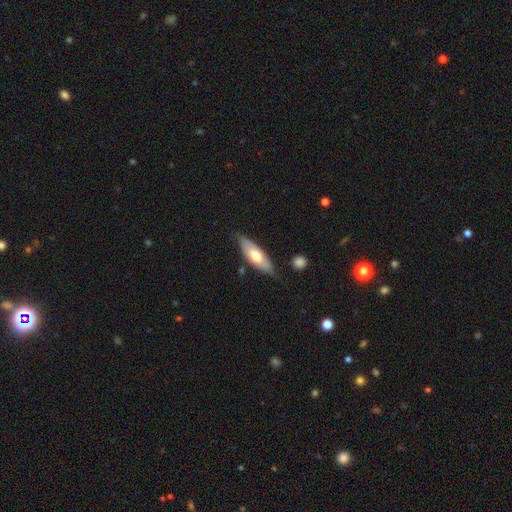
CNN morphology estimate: type=smooth (59%); roundness=in between (65%); merging=none (75%).